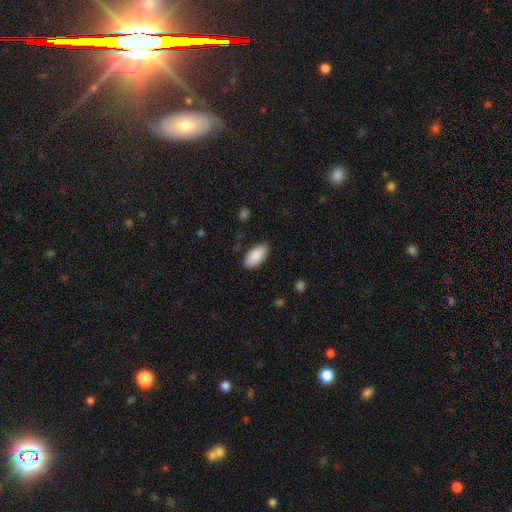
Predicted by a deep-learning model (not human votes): Smooth or featured: smooth — 90% (star or artifact — 6%)
How rounded: in between — 93% (cigar-shaped — 5%)
Merging: none — 85% (minor disturbance — 11%)